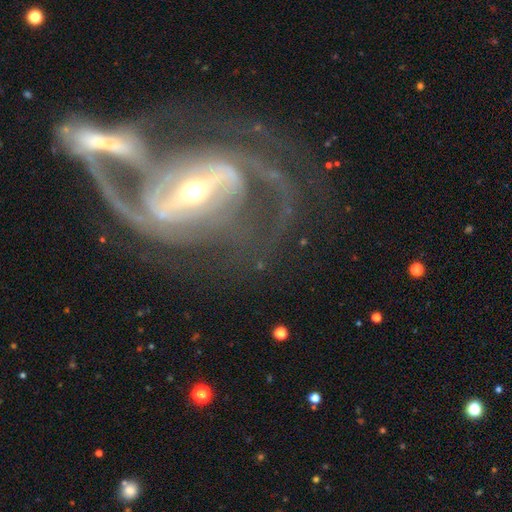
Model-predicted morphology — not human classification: This is clearly a featured or disk galaxy (90%). It is clearly not viewed edge-on (96%). Bar: likely strong (65%). Spiral arm pattern: clearly yes (93%). Spiral arm count: likely 2 (63%). Spiral winding: possibly medium (47%). Central bulge: possibly moderate (50%). Merging: marginally merger (33%).